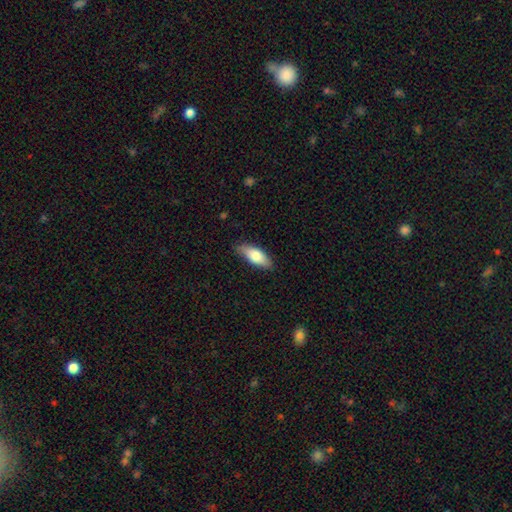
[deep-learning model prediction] Smooth or featured: smooth — 76% (featured or disk — 18%)
How rounded: in between — 77% (cigar-shaped — 21%)
Merging: none — 81% (minor disturbance — 15%)